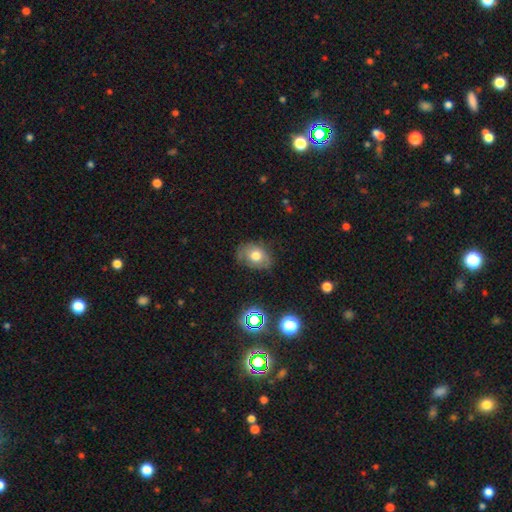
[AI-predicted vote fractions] This is likely a smooth galaxy (66%). How rounded: likely in between (61%). Merging: likely none (68%).